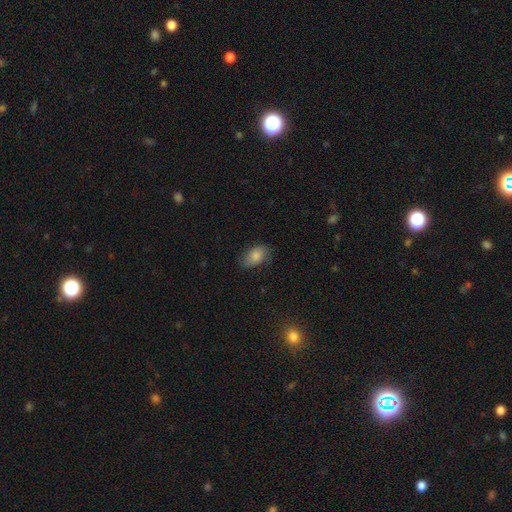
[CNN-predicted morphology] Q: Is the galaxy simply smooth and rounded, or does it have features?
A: smooth — 81%.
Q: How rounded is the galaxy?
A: in between — 91%.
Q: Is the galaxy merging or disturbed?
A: none — 73%.